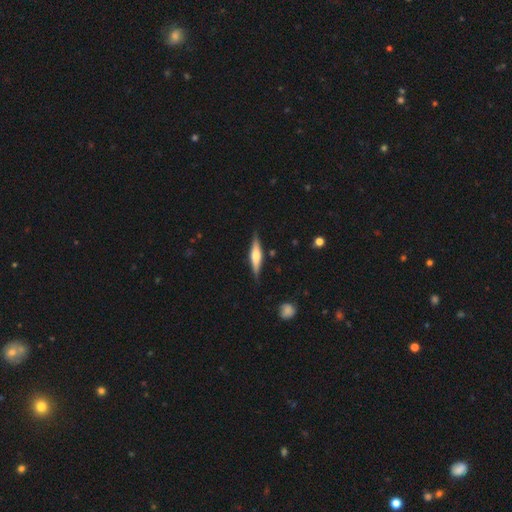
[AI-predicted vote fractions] Smooth or featured? Predicted: featured or disk (p=0.62). Edge-on disk? Predicted: yes (p=0.96). Edge-on bulge? Predicted: rounded (p=0.82). Merging? Predicted: none (p=0.86).